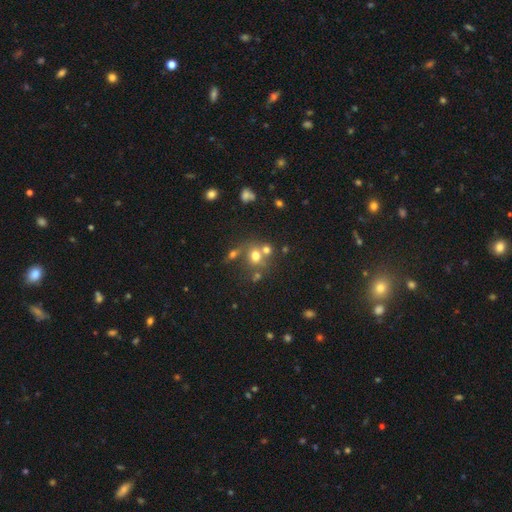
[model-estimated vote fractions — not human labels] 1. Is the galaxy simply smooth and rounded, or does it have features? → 66% smooth, 19% star or artifact, 15% featured or disk.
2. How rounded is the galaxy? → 73% round, 26% in between, 1% cigar-shaped.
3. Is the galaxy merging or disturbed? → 50% none, 34% merger, 11% minor disturbance, 6% major disturbance.